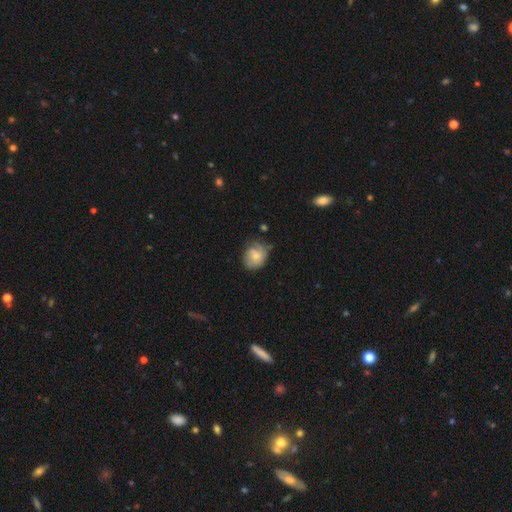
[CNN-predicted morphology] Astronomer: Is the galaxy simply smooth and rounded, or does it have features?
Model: smooth — 54% (runner-up: featured or disk, 39%).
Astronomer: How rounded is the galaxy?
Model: round — 51% (runner-up: in between, 48%).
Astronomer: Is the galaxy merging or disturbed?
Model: none — 54% (runner-up: minor disturbance, 32%).